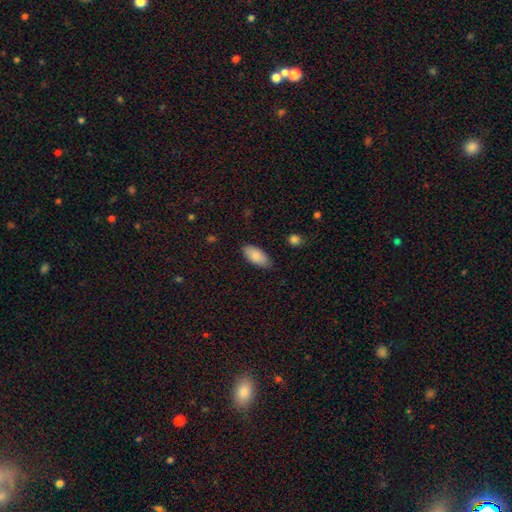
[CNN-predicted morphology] type=smooth (86%); roundness=in between (91%); merging=none (82%).